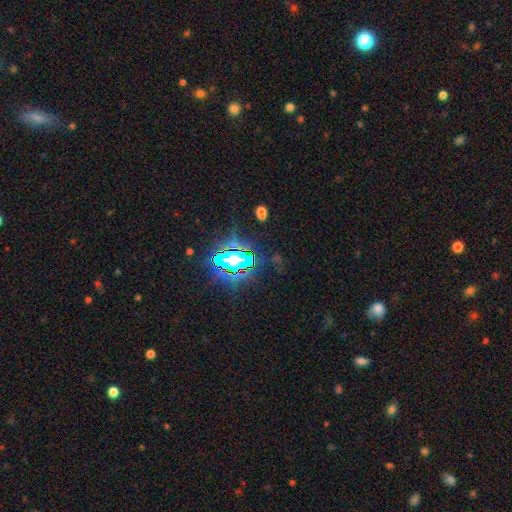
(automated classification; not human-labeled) star or artifact 81%, smooth 11%, featured or disk 8%.